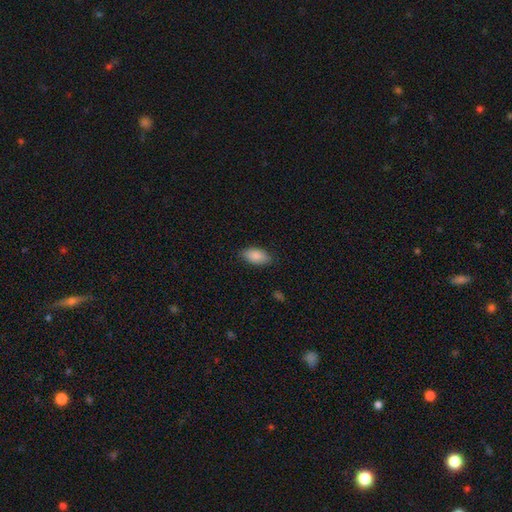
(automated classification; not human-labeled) smooth_or_featured: smooth (p=0.87) [alt: star or artifact p=0.07]
how_rounded: in between (p=0.92) [alt: cigar-shaped p=0.04]
merging: none (p=0.85) [alt: minor disturbance p=0.12]